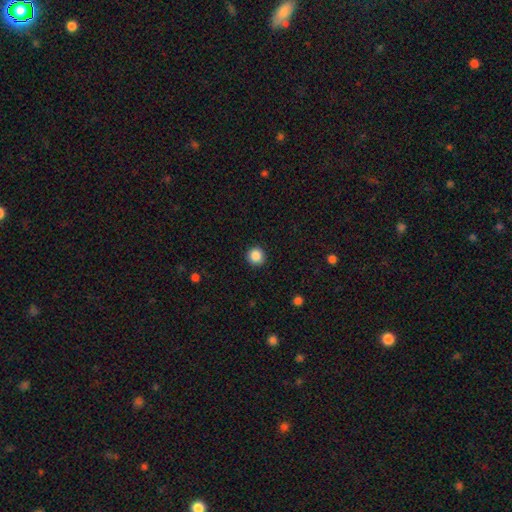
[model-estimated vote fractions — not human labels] smooth_or_featured: smooth (p=0.87) [alt: star or artifact p=0.10]
how_rounded: round (p=0.94) [alt: in between p=0.05]
merging: none (p=0.92) [alt: minor disturbance p=0.05]